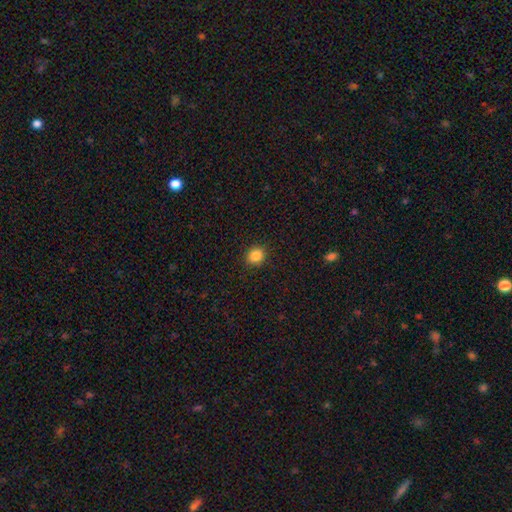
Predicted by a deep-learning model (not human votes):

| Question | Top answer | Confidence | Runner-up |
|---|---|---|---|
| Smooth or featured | smooth | 85% | star or artifact (11%) |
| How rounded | round | 78% | in between (21%) |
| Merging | none | 90% | minor disturbance (7%) |